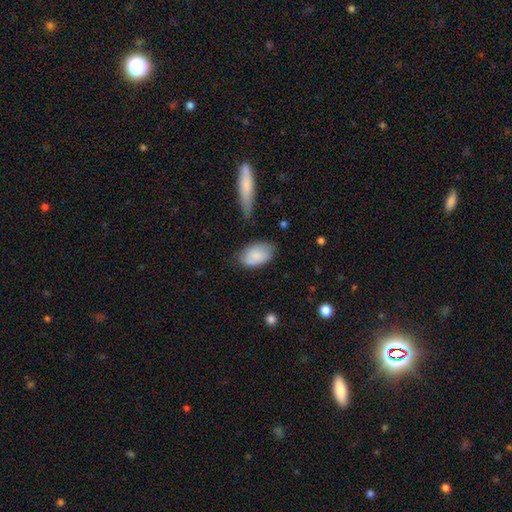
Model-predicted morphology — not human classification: type=smooth (78%); roundness=in between (93%); merging=none (67%).